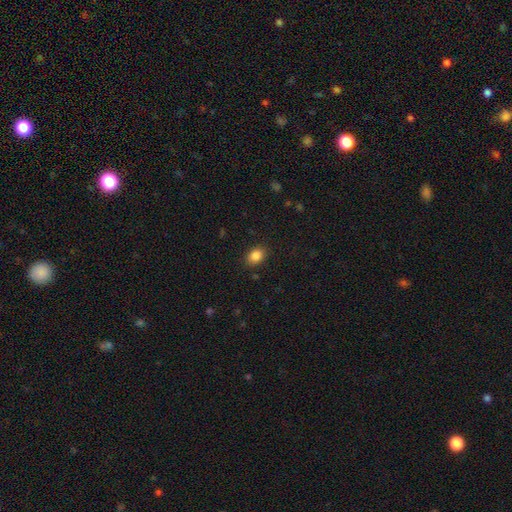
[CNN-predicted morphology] The model was most divided on "how rounded": in between: 66%, round: 33%, cigar-shaped: 1%. More confident: merging — none (88%); smooth or featured — smooth (86%).